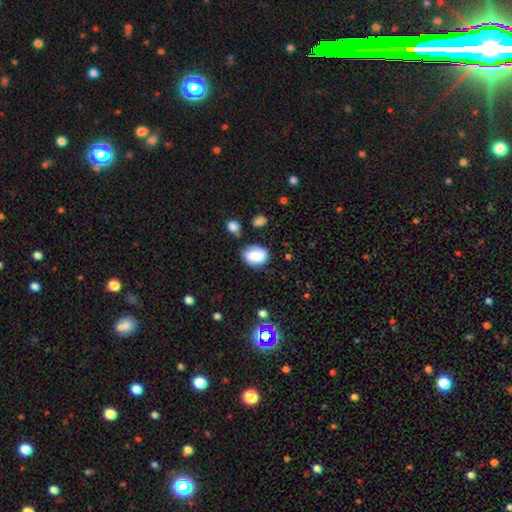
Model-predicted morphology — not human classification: A smooth galaxy with no disk features (63%) that is in between round and cigar-shaped (60%).

Vote fractions:
- Smooth or featured? smooth: 63% / featured or disk: 27% / star or artifact: 10%
- How rounded? in between: 60% / round: 39% / cigar-shaped: 1%
- Merging? none: 60% / minor disturbance: 25% / major disturbance: 8% / merger: 6%